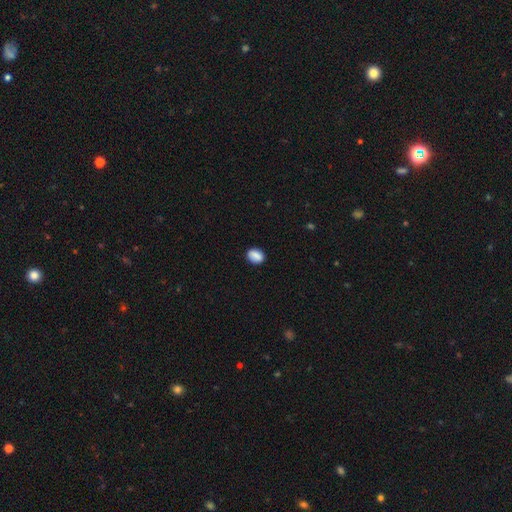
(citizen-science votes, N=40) Smooth or featured? smooth (88%)
How rounded? in between (60%)
Merging? none (83%)